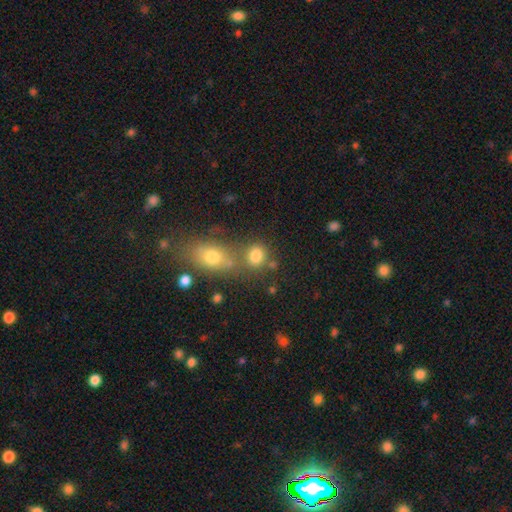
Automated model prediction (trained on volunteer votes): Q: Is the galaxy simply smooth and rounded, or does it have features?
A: smooth — 78%.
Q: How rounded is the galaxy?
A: round — 62%.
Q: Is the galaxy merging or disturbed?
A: none — 53%.